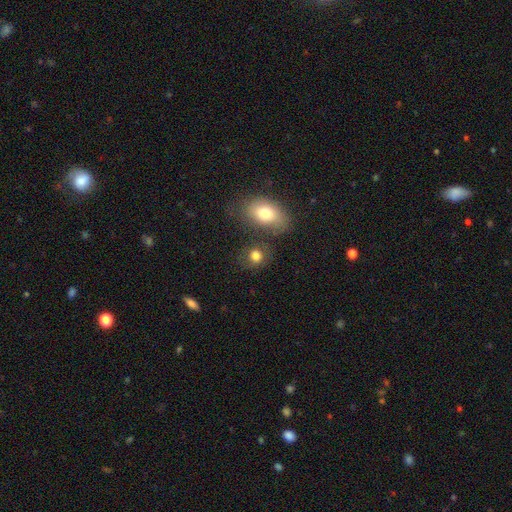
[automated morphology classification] smooth-or-featured: smooth: 80% | star or artifact: 11% | featured or disk: 9%
  how-rounded: round: 66% | in between: 32% | cigar-shaped: 1%
  merging: none: 65% | merger: 15% | minor disturbance: 14% | major disturbance: 6%